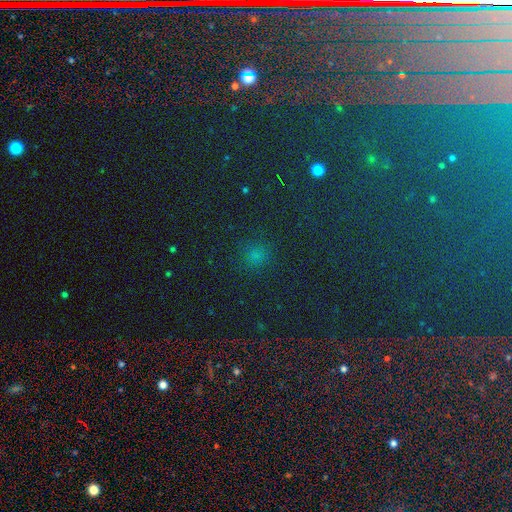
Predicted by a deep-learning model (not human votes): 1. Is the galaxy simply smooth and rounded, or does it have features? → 64% smooth, 30% star or artifact, 6% featured or disk.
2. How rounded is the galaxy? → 87% round, 12% in between, 1% cigar-shaped.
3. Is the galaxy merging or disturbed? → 82% none, 11% minor disturbance, 5% major disturbance, 2% merger.